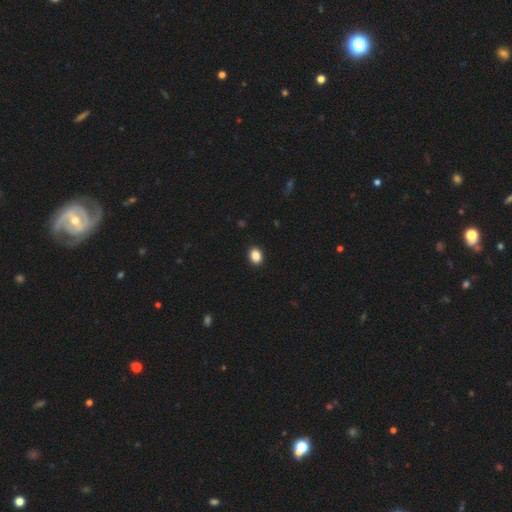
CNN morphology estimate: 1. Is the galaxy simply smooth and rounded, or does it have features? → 88% smooth, 9% star or artifact, 3% featured or disk.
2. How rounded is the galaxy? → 60% in between, 39% round, 1% cigar-shaped.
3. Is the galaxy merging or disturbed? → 91% none, 6% minor disturbance, 2% major disturbance, 1% merger.